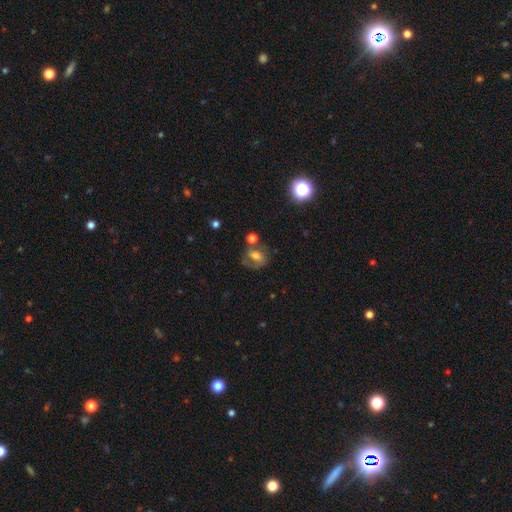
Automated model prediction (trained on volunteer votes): Smooth or featured? Predicted: smooth (p=0.47). Merging? Predicted: none (p=0.49).